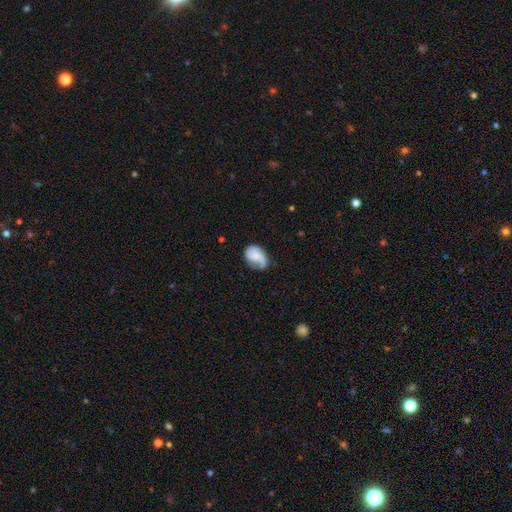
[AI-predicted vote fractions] featured or disk 59%, smooth 34%, star or artifact 7%. Down the decision tree: edge-on disk — no (98%); bar — no (62%); spiral arms — yes (90%); spiral arm count — 2 (54%); spiral winding — loose (40%); bulge size — small (40%); merging — none (50%).